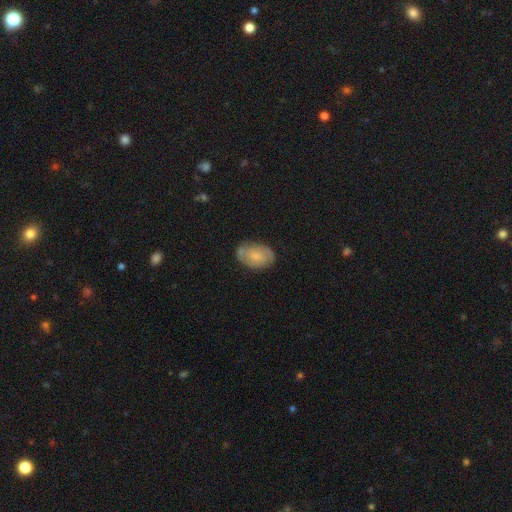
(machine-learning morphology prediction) Smooth or featured? Predicted: smooth (p=0.53). How rounded? Predicted: in between (p=0.86). Merging? Predicted: none (p=0.67).